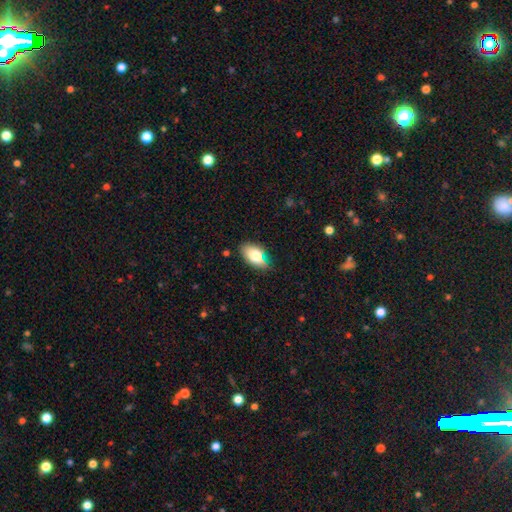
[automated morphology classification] smooth 75%, featured or disk 17%, star or artifact 9%. Down the decision tree: how rounded — in between (88%); merging — none (73%).